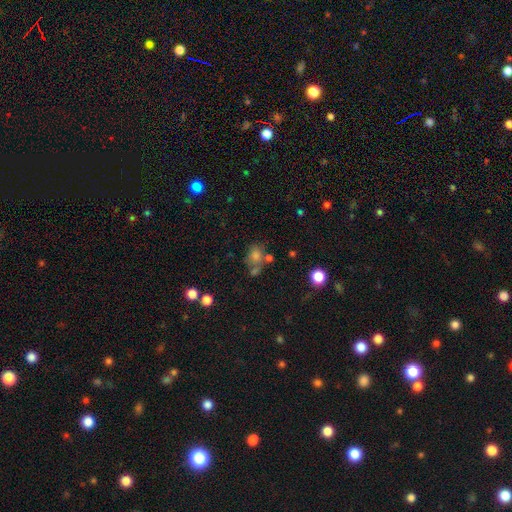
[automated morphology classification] smooth-or-featured: smooth: 71% | star or artifact: 15% | featured or disk: 15%
  how-rounded: in between: 52% | round: 46% | cigar-shaped: 1%
  merging: none: 44% | merger: 28% | minor disturbance: 18% | major disturbance: 11%